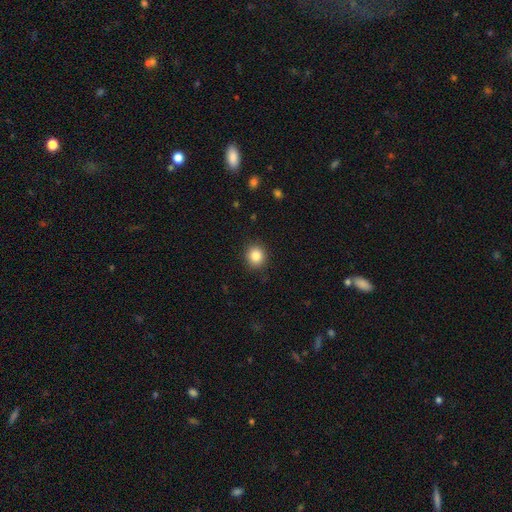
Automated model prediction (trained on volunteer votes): smooth_or_featured: smooth (p=0.85) [alt: star or artifact p=0.10]
how_rounded: round (p=0.83) [alt: in between p=0.16]
merging: none (p=0.90) [alt: minor disturbance p=0.07]